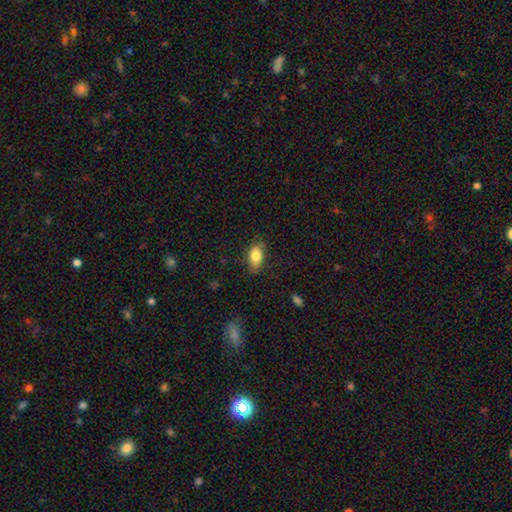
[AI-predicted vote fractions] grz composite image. It shows a smooth galaxy with no disk features (82%) that is in between round and cigar-shaped (87%). Merging: none (76%).